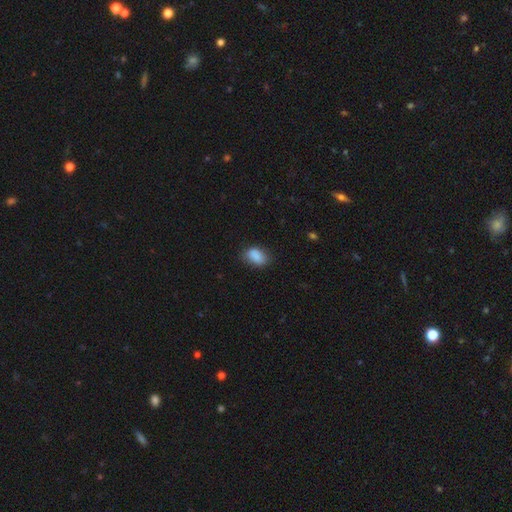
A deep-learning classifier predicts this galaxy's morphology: smooth 86%, star or artifact 8%, featured or disk 5%. Down the decision tree: how rounded — in between (85%); merging — none (72%).